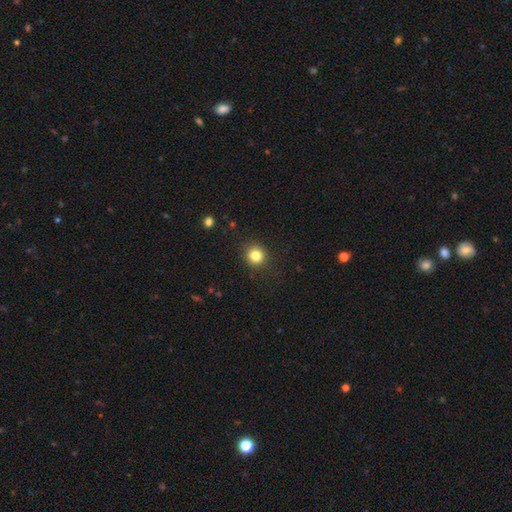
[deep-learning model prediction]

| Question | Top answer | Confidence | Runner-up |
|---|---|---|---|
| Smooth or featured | smooth | 83% | star or artifact (12%) |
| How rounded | round | 89% | in between (10%) |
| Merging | none | 89% | minor disturbance (8%) |